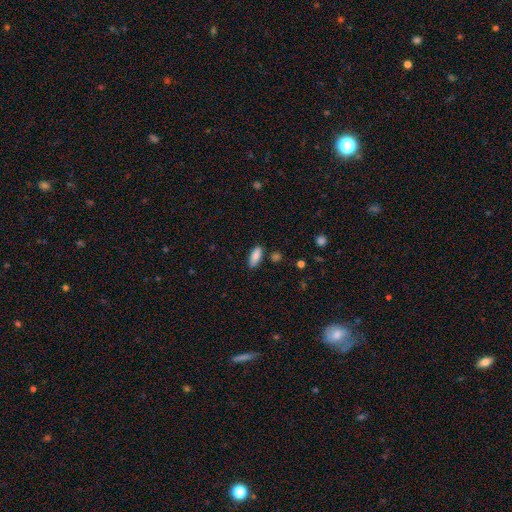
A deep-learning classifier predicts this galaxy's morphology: A smooth galaxy with no disk features (87%) that is in between round and cigar-shaped (77%).

Vote fractions:
- Smooth or featured? smooth: 87% / star or artifact: 7% / featured or disk: 6%
- How rounded? in between: 77% / cigar-shaped: 21% / round: 2%
- Merging? none: 81% / minor disturbance: 13% / merger: 3% / major disturbance: 3%